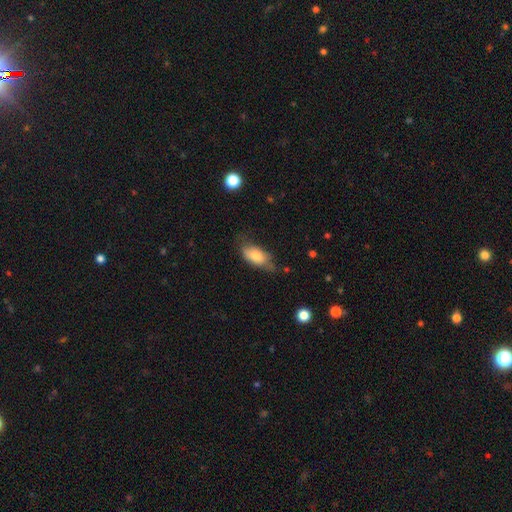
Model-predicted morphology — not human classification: Overall: smooth (75%). How rounded: in between (88%). Merging: none (54%; minor disturbance 33%).